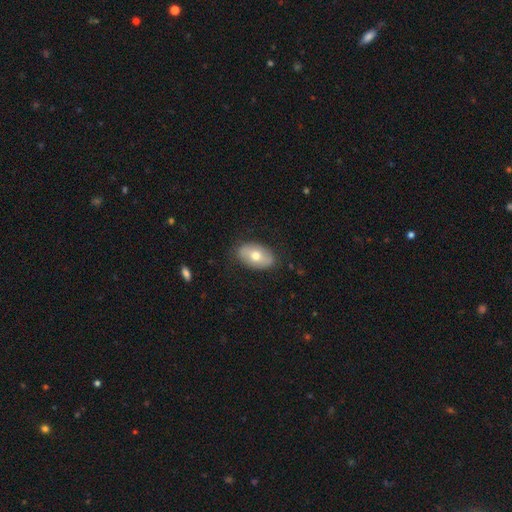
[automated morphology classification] This appears to be a smooth galaxy with no disk features (62%) that is in between round and cigar-shaped (91%). Merging: none (83%).